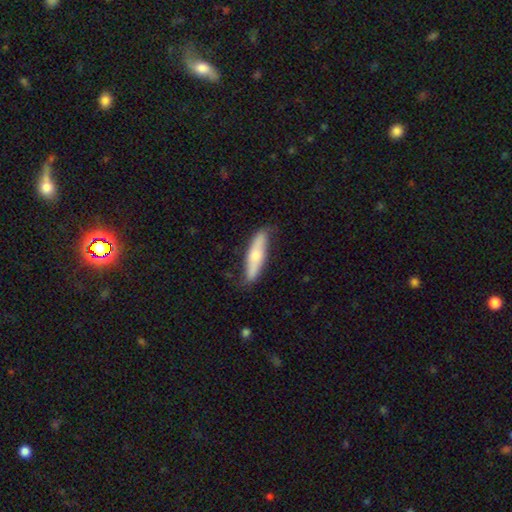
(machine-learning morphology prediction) The model was most divided on "smooth or featured": smooth: 53%, featured or disk: 41%, star or artifact: 5%. More confident: merging — none (74%); how rounded — cigar-shaped (65%).